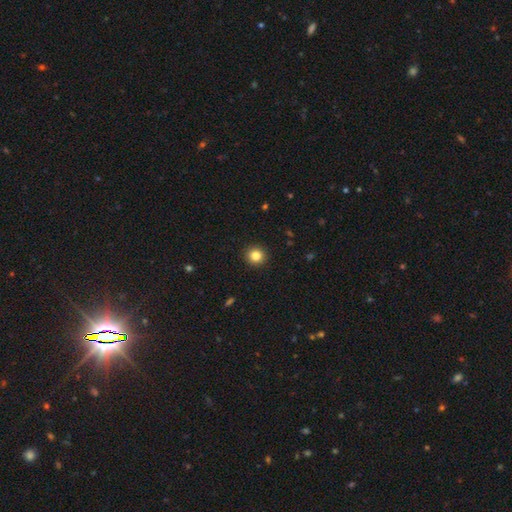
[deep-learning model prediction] Morphology: type=smooth (84%); roundness=round (93%); merging=none (93%).